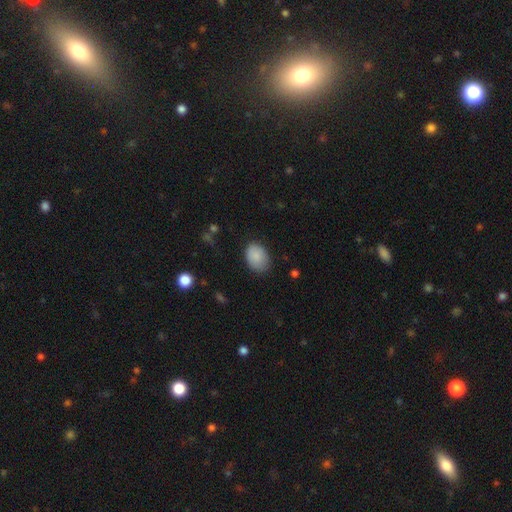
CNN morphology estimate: The model was most divided on "how rounded": in between: 72%, round: 27%, cigar-shaped: 1%. More confident: smooth or featured — smooth (87%); merging — none (74%).